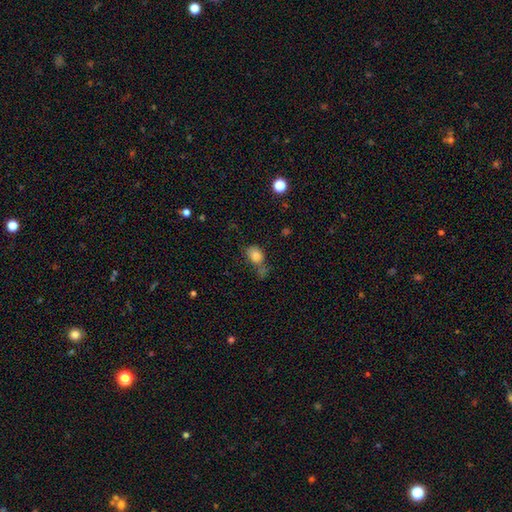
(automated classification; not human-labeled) Smooth or featured: smooth — 82% (star or artifact — 10%)
How rounded: in between — 61% (round — 37%)
Merging: none — 38% (merger — 29%)